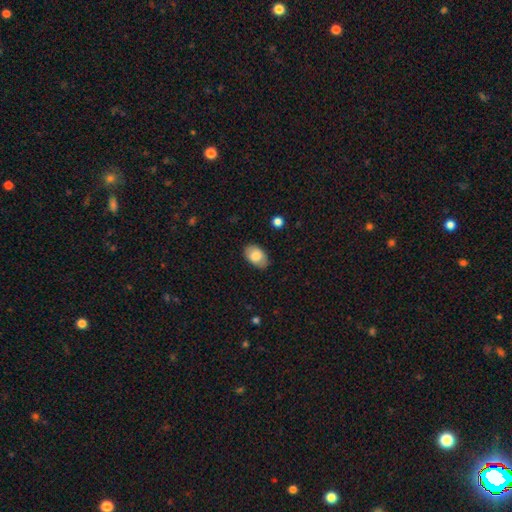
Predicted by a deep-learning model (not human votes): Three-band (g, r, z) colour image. It shows a smooth galaxy with no disk features (82%) that is in between round and cigar-shaped (90%). Merging: none (82%).